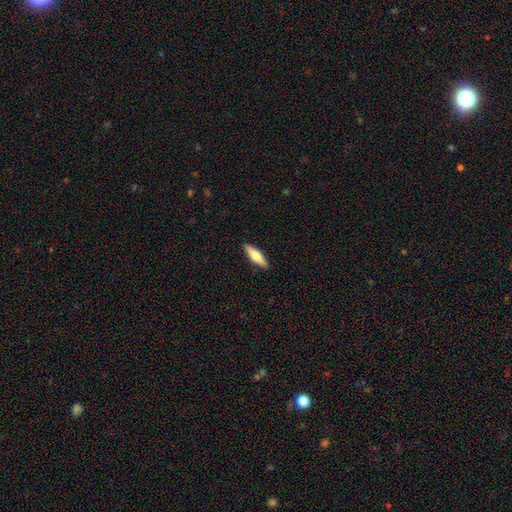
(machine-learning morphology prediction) Smooth or featured?
  - smooth: 54% *
  - featured or disk: 41%
  - star or artifact: 6%
How rounded?
  - cigar-shaped: 68% *
  - in between: 30%
  - round: 2%
Merging?
  - none: 90% *
  - minor disturbance: 7%
  - major disturbance: 2%
  - merger: 1%